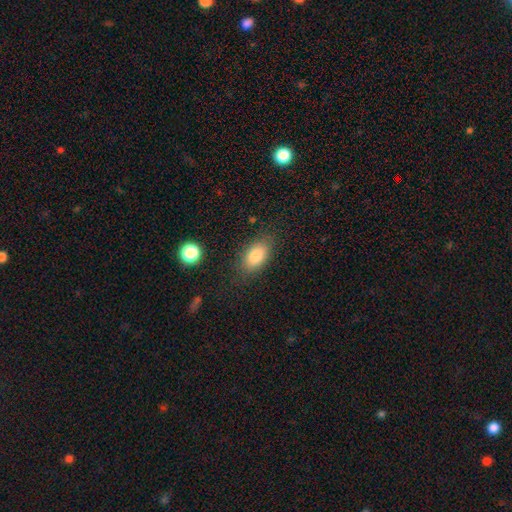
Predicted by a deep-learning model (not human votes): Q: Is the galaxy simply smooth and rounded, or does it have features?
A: smooth — 83%.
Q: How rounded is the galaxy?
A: in between — 91%.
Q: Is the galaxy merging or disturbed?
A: none — 80%.